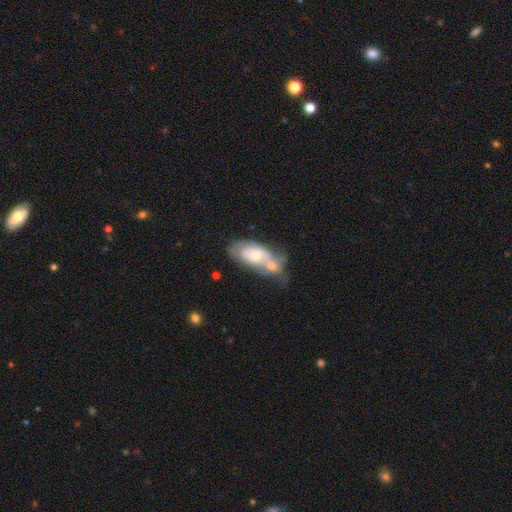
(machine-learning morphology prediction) Overall: featured or disk (48%; smooth 46%). Merging: merger (62%).